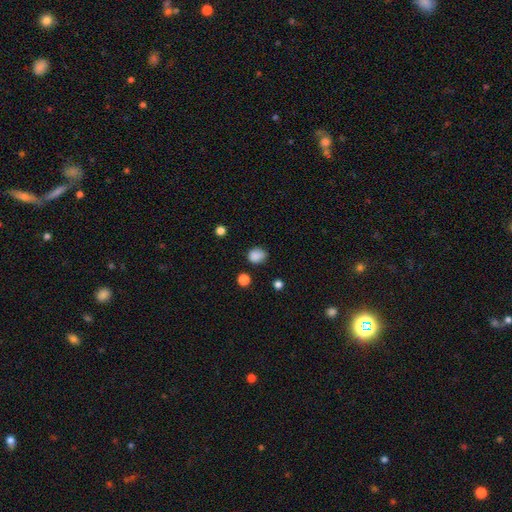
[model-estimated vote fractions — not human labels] Smooth or featured? smooth (85%)
How rounded? round (63%)
Merging? none (71%)